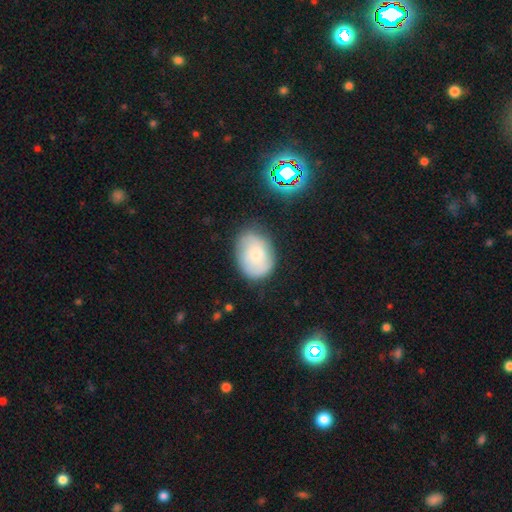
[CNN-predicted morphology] Q: Smooth or featured?
A: smooth (57%); runner-up: featured or disk (34%)
Q: How rounded?
A: in between (70%); runner-up: round (29%)
Q: Merging?
A: none (70%); runner-up: minor disturbance (22%)